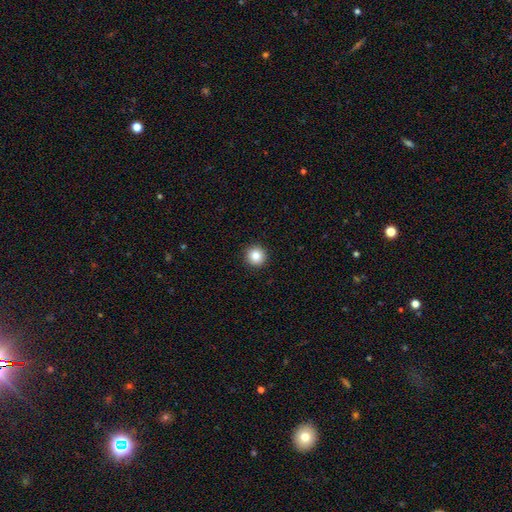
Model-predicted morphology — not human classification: This appears to be a smooth galaxy with no disk features (84%) that is round (96%). Merging: none (93%).